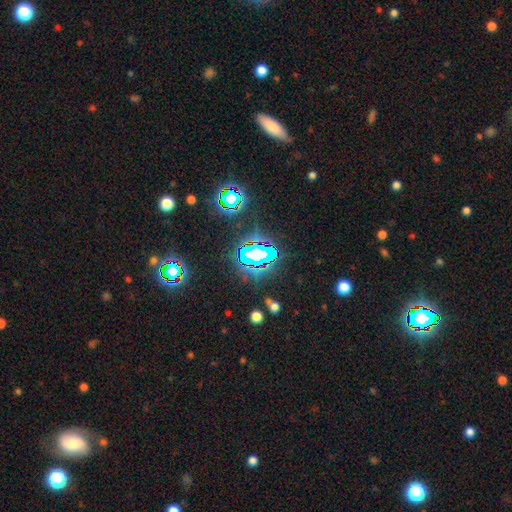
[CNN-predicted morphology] smooth_or_featured: star or artifact (p=0.78) [alt: smooth p=0.12]